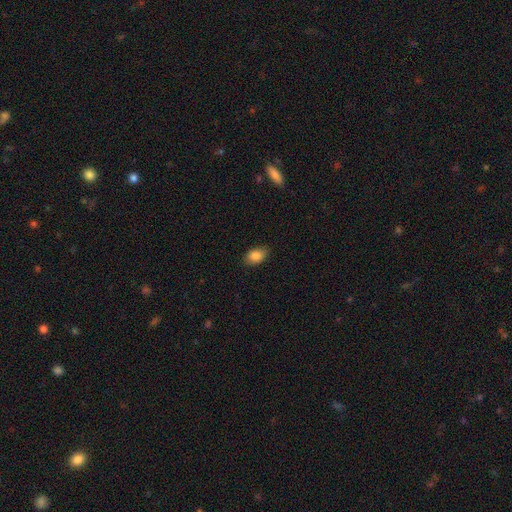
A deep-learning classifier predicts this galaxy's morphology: smooth 86%, star or artifact 8%, featured or disk 6%. Down the decision tree: how rounded — in between (87%); merging — none (84%).